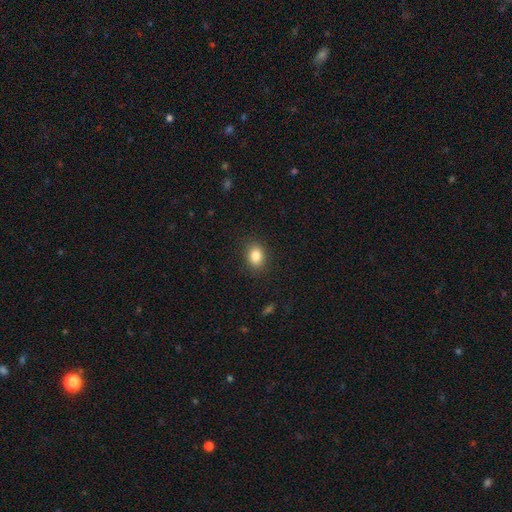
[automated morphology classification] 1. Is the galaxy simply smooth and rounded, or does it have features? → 85% smooth, 9% star or artifact, 5% featured or disk.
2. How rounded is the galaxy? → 61% in between, 38% round, 1% cigar-shaped.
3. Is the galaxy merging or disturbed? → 88% none, 9% minor disturbance, 3% major disturbance, 1% merger.